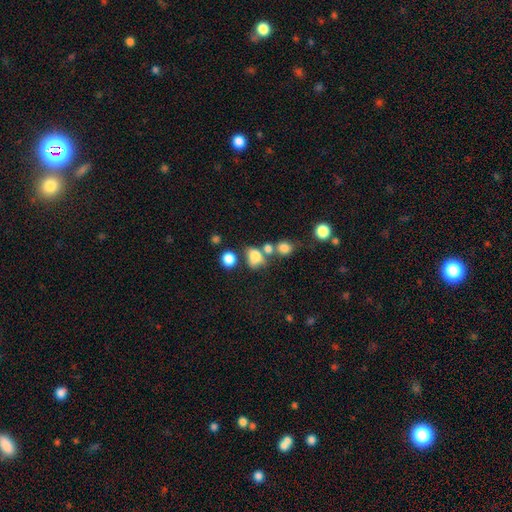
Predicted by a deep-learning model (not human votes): smooth-or-featured: smooth: 76% | star or artifact: 13% | featured or disk: 10%
  how-rounded: in between: 63% | round: 35% | cigar-shaped: 2%
  merging: none: 40% | merger: 34% | minor disturbance: 16% | major disturbance: 10%